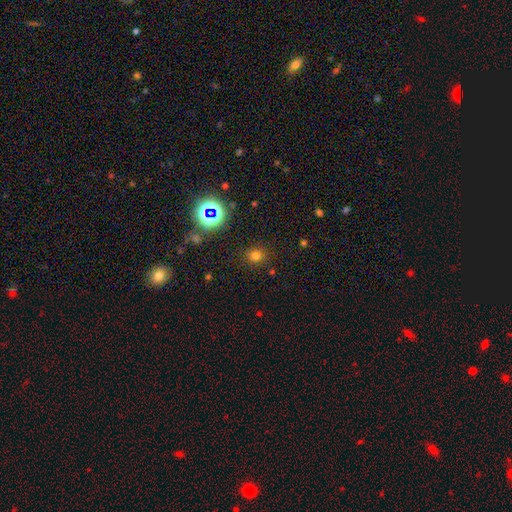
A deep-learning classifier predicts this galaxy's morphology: smooth_or_featured: smooth (p=0.70) [alt: star or artifact p=0.24]
how_rounded: round (p=0.88) [alt: in between p=0.11]
merging: none (p=0.88) [alt: minor disturbance p=0.07]